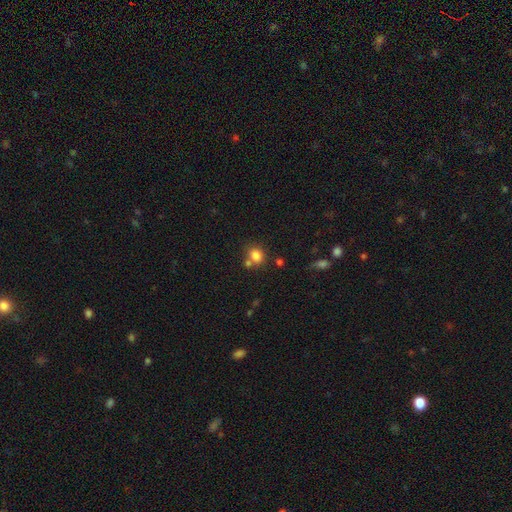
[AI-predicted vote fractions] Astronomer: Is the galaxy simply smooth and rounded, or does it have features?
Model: smooth — 81%.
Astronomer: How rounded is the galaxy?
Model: round — 68%.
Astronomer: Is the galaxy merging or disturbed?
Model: none — 60%.